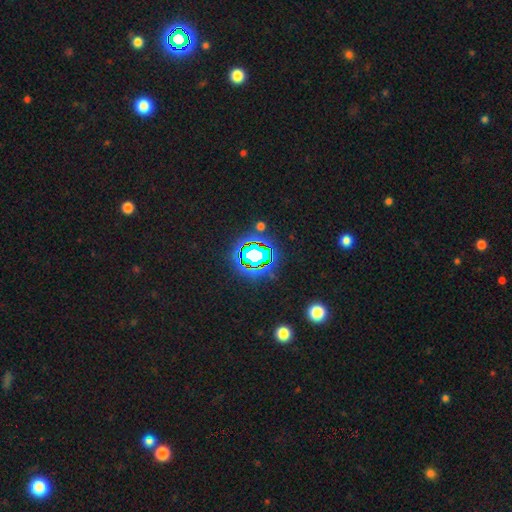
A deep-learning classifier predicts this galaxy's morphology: A star or artifact, not a galaxy (72%).

Vote fractions:
- Smooth or featured? star or artifact: 72% / smooth: 17% / featured or disk: 11%